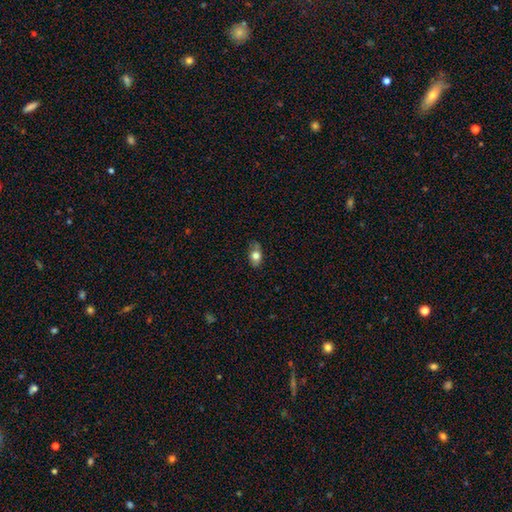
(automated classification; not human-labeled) smooth-or-featured: smooth: 76% | featured or disk: 16% | star or artifact: 9%
  how-rounded: in between: 82% | round: 15% | cigar-shaped: 3%
  merging: none: 68% | minor disturbance: 25% | major disturbance: 5% | merger: 2%